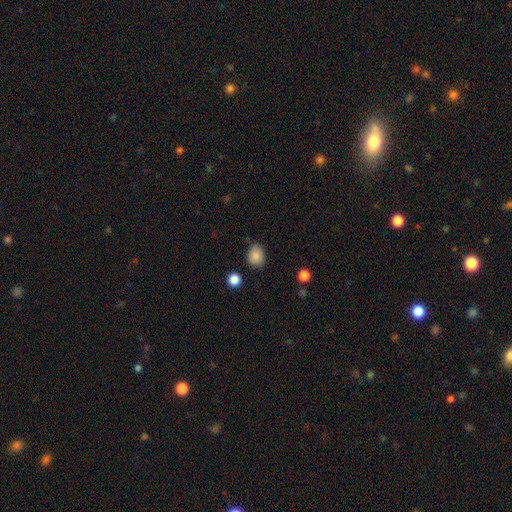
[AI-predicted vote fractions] The model was most divided on "how rounded": round: 54%, in between: 45%, cigar-shaped: 1%. More confident: smooth or featured — smooth (87%); merging — none (77%).